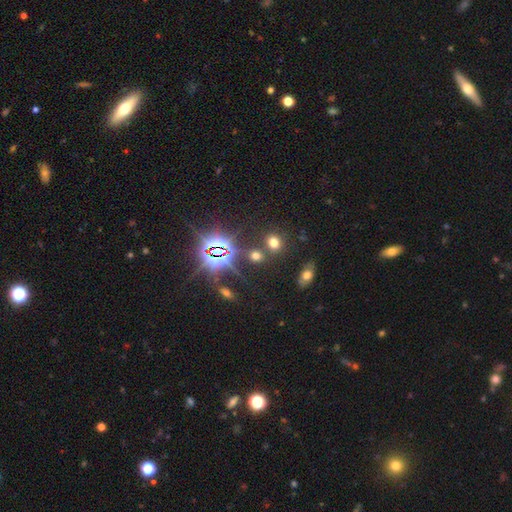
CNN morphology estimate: The model was most divided on "smooth or featured": smooth: 51%, star or artifact: 41%, featured or disk: 8%. More confident: merging — none (74%); how rounded — round (56%).